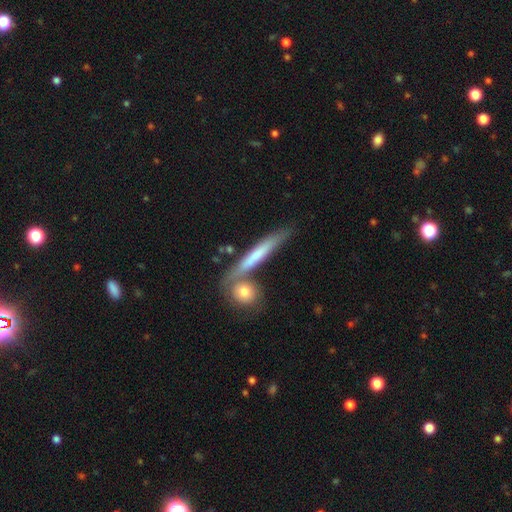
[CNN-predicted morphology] Q: Smooth or featured?
A: smooth (58%); runner-up: featured or disk (37%)
Q: How rounded?
A: cigar-shaped (89%); runner-up: in between (8%)
Q: Merging?
A: none (64%); runner-up: merger (19%)